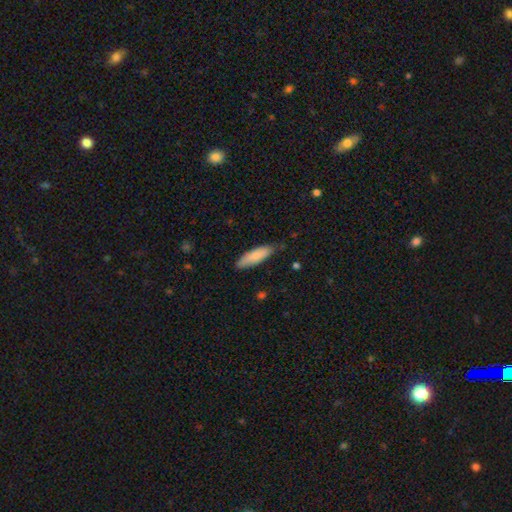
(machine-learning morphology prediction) smooth 84%, featured or disk 10%, star or artifact 5%. Down the decision tree: how rounded — cigar-shaped (52%); merging — none (76%).